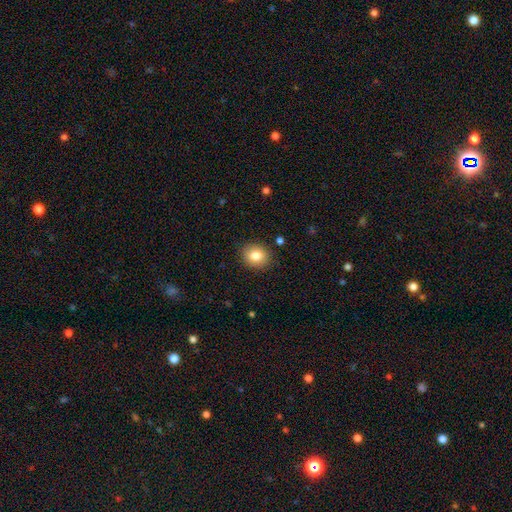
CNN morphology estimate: Q: Smooth or featured?
A: smooth (84%); runner-up: star or artifact (9%)
Q: How rounded?
A: round (62%); runner-up: in between (37%)
Q: Merging?
A: none (88%); runner-up: minor disturbance (8%)